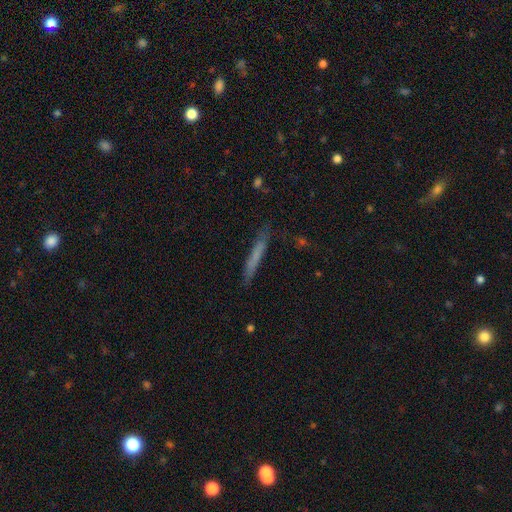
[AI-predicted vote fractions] This appears to be a smooth galaxy with no disk features (66%) that is cigar-shaped (95%). Merging: none (81%).